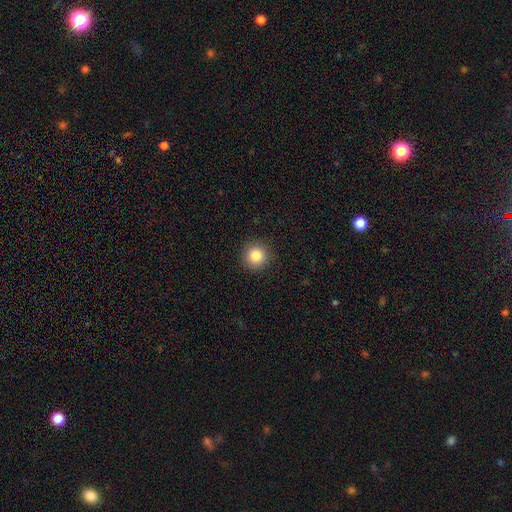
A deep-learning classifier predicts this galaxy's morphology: Q: Smooth or featured?
A: smooth (84%); runner-up: star or artifact (10%)
Q: How rounded?
A: round (95%); runner-up: in between (4%)
Q: Merging?
A: none (91%); runner-up: minor disturbance (6%)